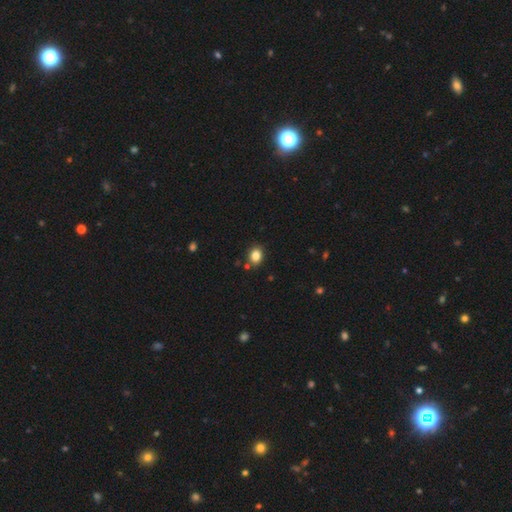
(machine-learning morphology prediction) Smooth or featured: smooth — 84% (star or artifact — 11%)
How rounded: round — 56% (in between — 44%)
Merging: none — 83% (minor disturbance — 10%)